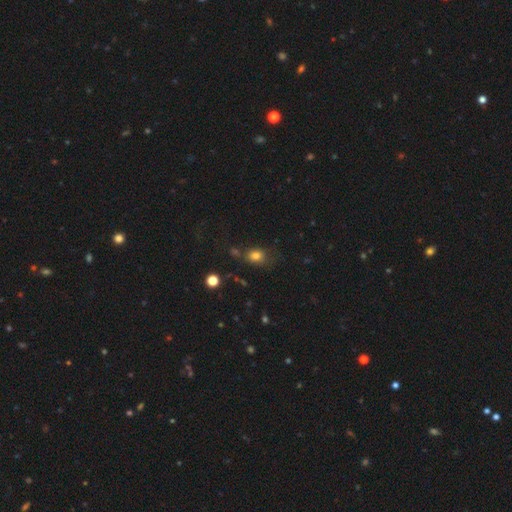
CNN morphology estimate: This appears to be a smooth galaxy with no disk features (78%) that is in between round and cigar-shaped (54%). Merging: none (62%).